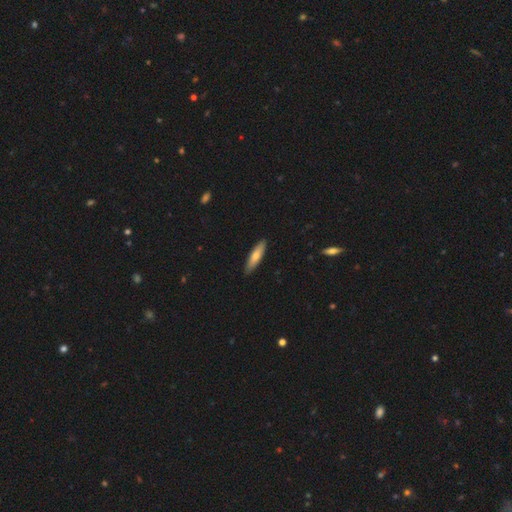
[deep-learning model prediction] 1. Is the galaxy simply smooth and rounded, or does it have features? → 68% smooth, 27% featured or disk, 5% star or artifact.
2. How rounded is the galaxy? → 74% cigar-shaped, 24% in between, 2% round.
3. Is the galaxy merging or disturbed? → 89% none, 8% minor disturbance, 1% major disturbance, 1% merger.